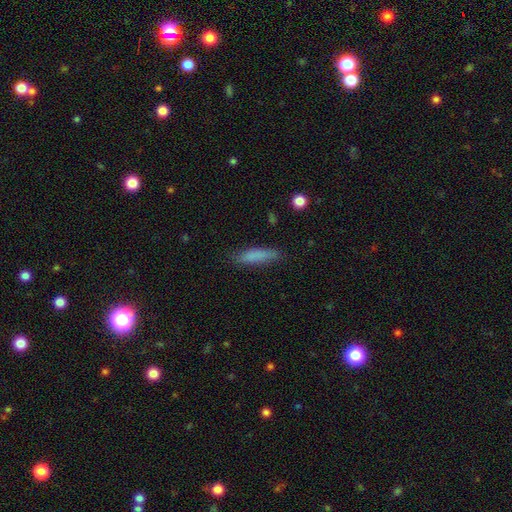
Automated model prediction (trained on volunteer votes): This appears to be a smooth galaxy with no disk features (82%) that is cigar-shaped (77%). Merging: none (81%).